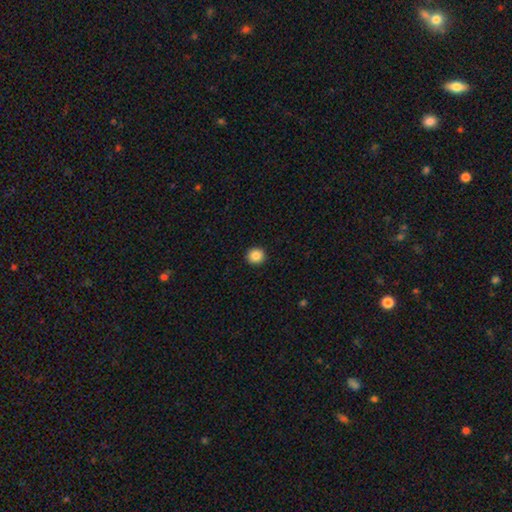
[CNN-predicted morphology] type=smooth (87%); roundness=round (92%); merging=none (93%).